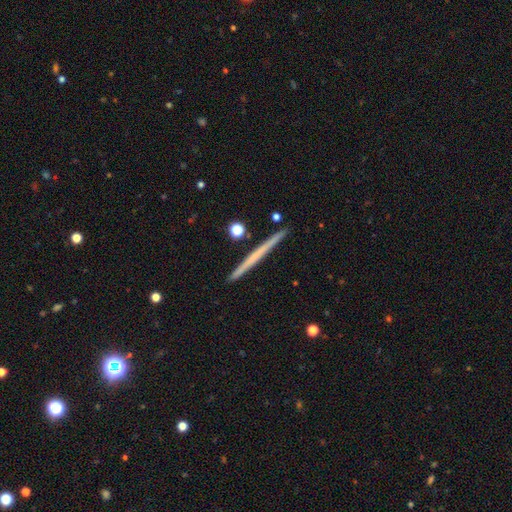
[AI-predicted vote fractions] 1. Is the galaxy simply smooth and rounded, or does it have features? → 51% featured or disk, 43% smooth, 6% star or artifact.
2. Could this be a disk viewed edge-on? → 98% yes, 2% no.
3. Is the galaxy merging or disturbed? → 92% none, 5% minor disturbance, 2% merger, 1% major disturbance.